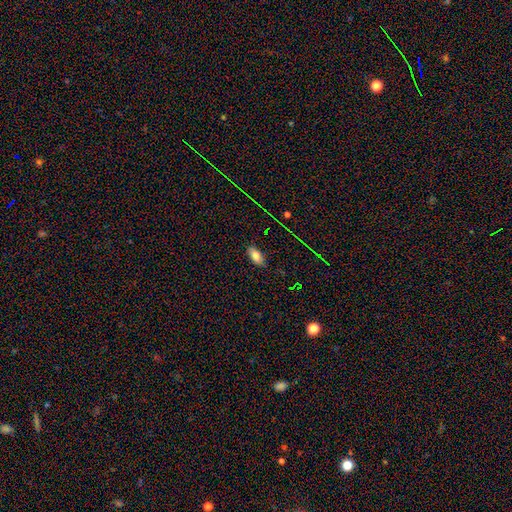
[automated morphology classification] smooth-or-featured: smooth: 77% | star or artifact: 12% | featured or disk: 11%
  how-rounded: in between: 92% | cigar-shaped: 5% | round: 3%
  merging: none: 84% | minor disturbance: 12% | major disturbance: 2% | merger: 1%